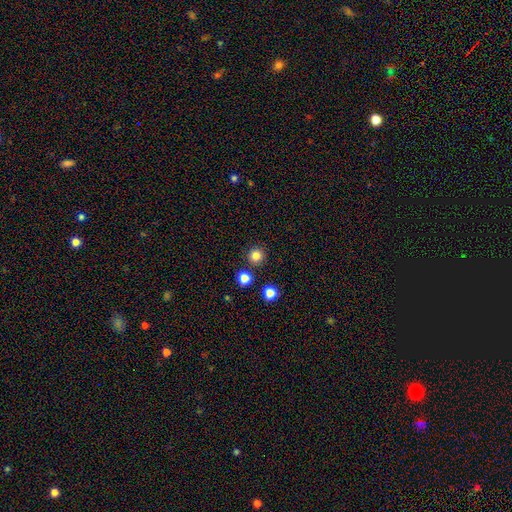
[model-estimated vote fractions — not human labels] The model was most divided on "smooth or featured": smooth: 82%, star or artifact: 14%, featured or disk: 4%. More confident: how rounded — round (95%); merging — none (88%).